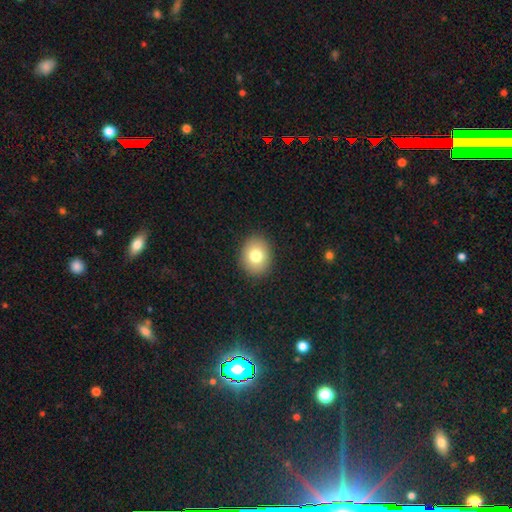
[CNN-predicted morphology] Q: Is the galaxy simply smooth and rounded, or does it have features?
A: smooth — 78%.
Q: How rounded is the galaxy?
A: round — 57%.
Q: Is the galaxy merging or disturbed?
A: none — 90%.